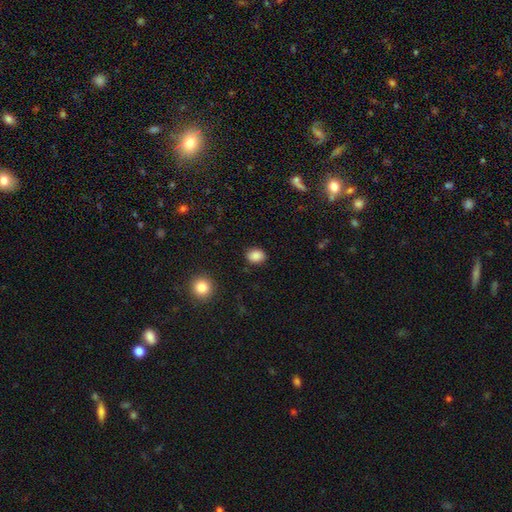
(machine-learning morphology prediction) Overall: smooth (87%). How rounded: in between (53%; round 46%). Merging: none (87%).